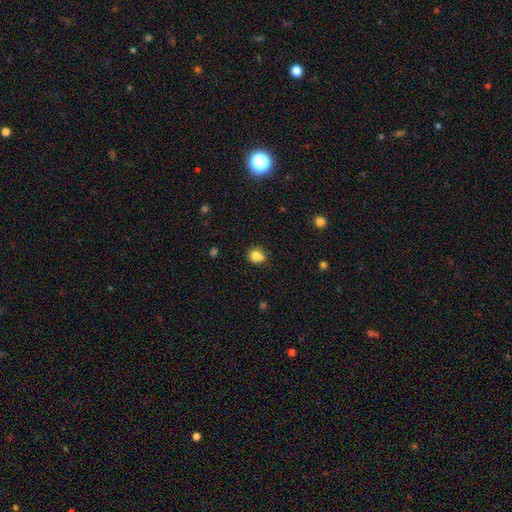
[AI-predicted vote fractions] smooth-or-featured: smooth: 79% | star or artifact: 11% | featured or disk: 10%
  how-rounded: round: 75% | in between: 24% | cigar-shaped: 1%
  merging: none: 54% | merger: 23% | minor disturbance: 18% | major disturbance: 5%